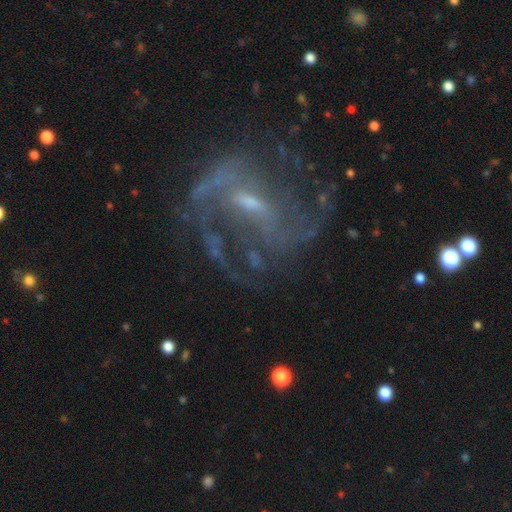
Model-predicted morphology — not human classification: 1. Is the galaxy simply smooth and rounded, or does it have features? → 83% featured or disk, 10% star or artifact, 6% smooth.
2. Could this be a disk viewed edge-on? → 96% no, 4% yes.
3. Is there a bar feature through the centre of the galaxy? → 51% weak, 28% strong, 21% no.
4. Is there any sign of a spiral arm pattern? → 87% yes, 13% no.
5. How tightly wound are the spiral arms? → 46% medium, 31% loose, 23% tight.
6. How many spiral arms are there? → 39% 2, 29% can't tell, 13% 3, 7% 4, 6% 1, 6% more than 4.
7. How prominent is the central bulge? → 63% small, 24% moderate, 10% none, 2% large, 1% dominant.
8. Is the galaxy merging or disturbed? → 62% none, 19% major disturbance, 17% minor disturbance, 3% merger.